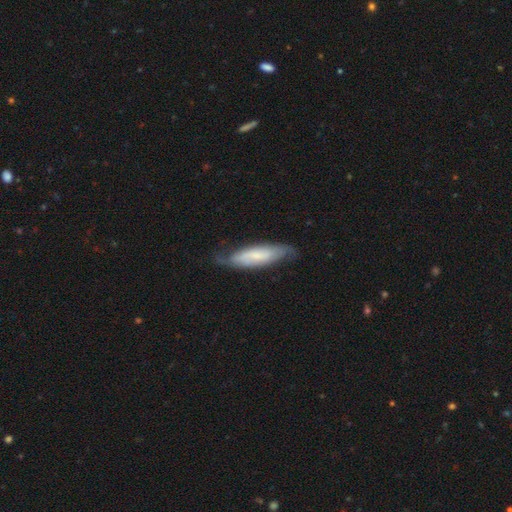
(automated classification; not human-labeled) A smooth galaxy with no disk features (47%).

Vote fractions:
- Smooth or featured? smooth: 47% / featured or disk: 46% / star or artifact: 6%
- Merging? none: 66% / minor disturbance: 26% / major disturbance: 7% / merger: 2%